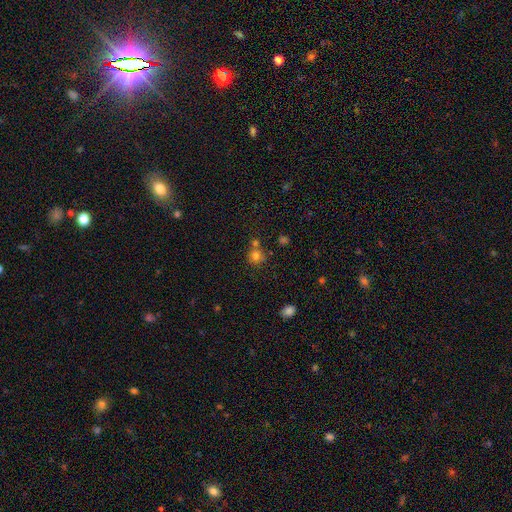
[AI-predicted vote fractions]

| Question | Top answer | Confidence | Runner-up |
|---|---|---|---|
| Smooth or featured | smooth | 76% | star or artifact (15%) |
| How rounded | round | 88% | in between (11%) |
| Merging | none | 59% | merger (27%) |